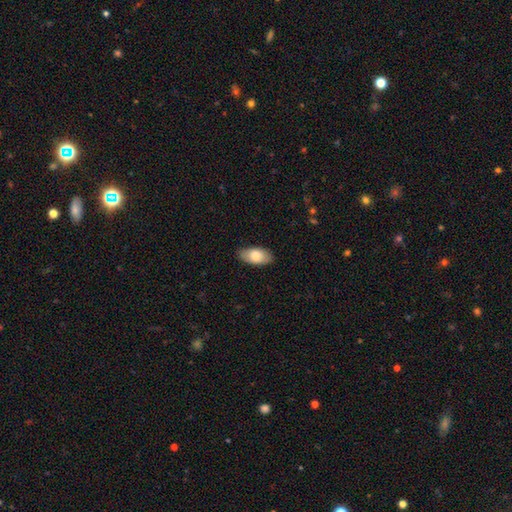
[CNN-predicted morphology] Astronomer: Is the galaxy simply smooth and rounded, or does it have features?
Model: smooth — 82%.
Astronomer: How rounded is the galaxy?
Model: in between — 94%.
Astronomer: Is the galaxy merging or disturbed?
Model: none — 85%.